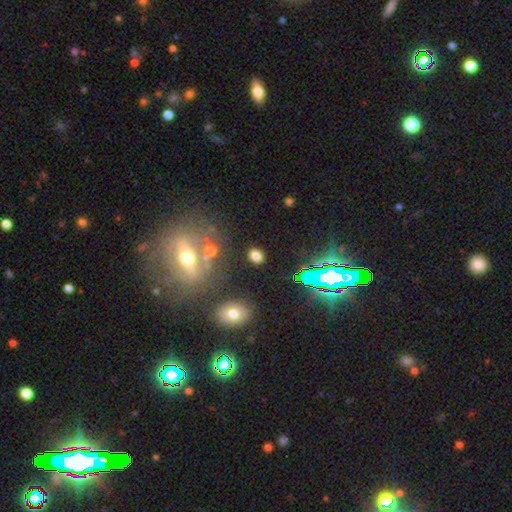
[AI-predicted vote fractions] This appears to be a smooth galaxy with no disk features (74%) that is in between round and cigar-shaped (53%). Merging: none (85%).